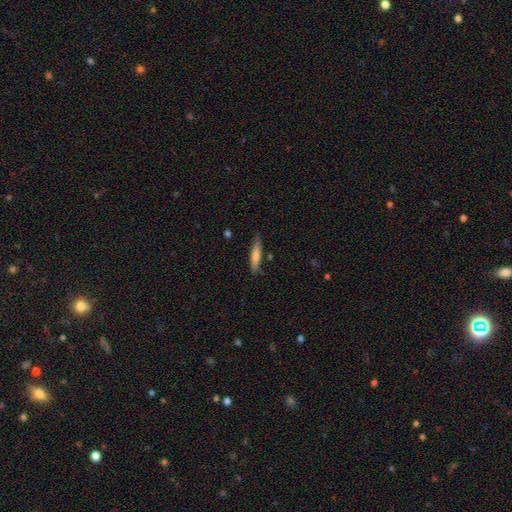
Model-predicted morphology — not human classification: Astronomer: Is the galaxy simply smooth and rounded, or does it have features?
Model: smooth — 67%.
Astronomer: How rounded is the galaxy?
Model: cigar-shaped — 84%.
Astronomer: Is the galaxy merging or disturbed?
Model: none — 82%.